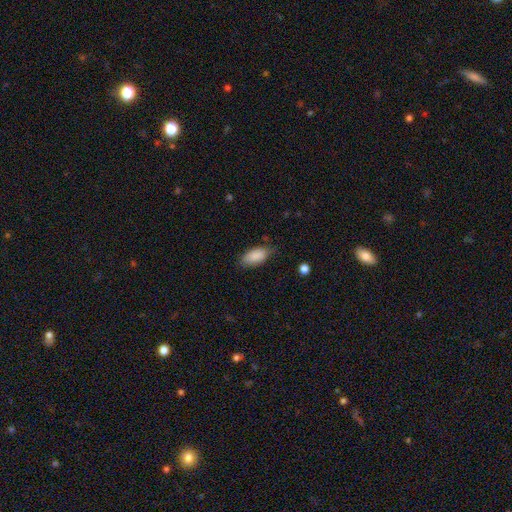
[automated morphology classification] smooth 88%, star or artifact 7%, featured or disk 6%. Down the decision tree: how rounded — in between (90%); merging — none (74%).